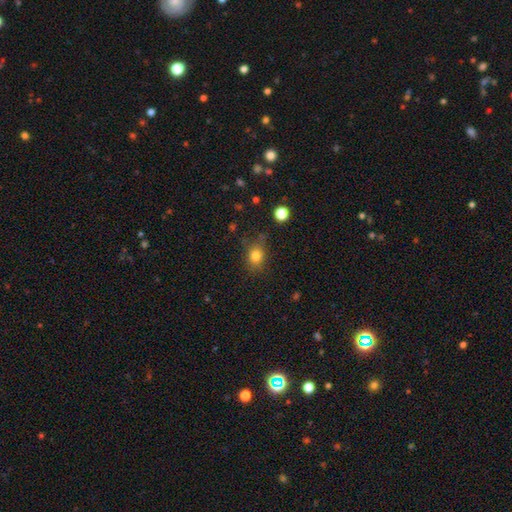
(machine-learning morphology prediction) The model was most divided on "how rounded": round: 54%, in between: 45%, cigar-shaped: 1%. More confident: smooth or featured — smooth (80%); merging — none (74%).